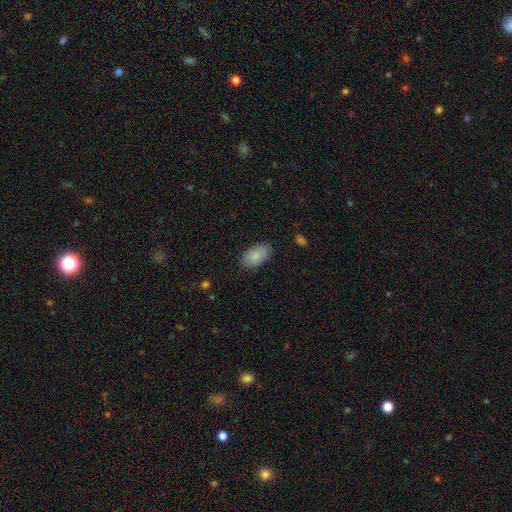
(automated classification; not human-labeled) smooth_or_featured: smooth (p=0.85) [alt: featured or disk p=0.09]
how_rounded: in between (p=0.94) [alt: round p=0.04]
merging: none (p=0.84) [alt: minor disturbance p=0.13]